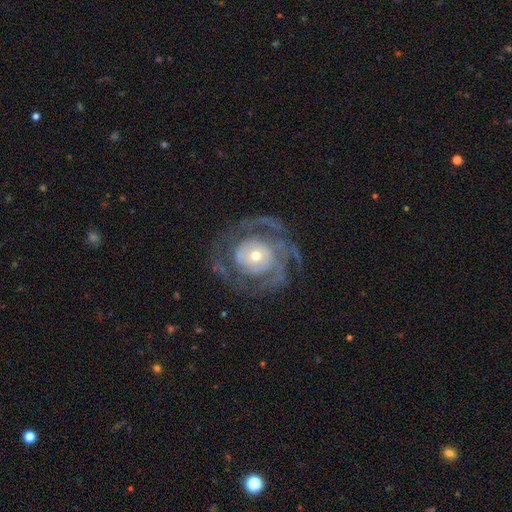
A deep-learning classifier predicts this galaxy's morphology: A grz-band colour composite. It shows a featured or disk galaxy (80%) with no bar (79%), tight (58%) spiral arms (81%) and a moderate central bulge (47%). Merging: none (65%).